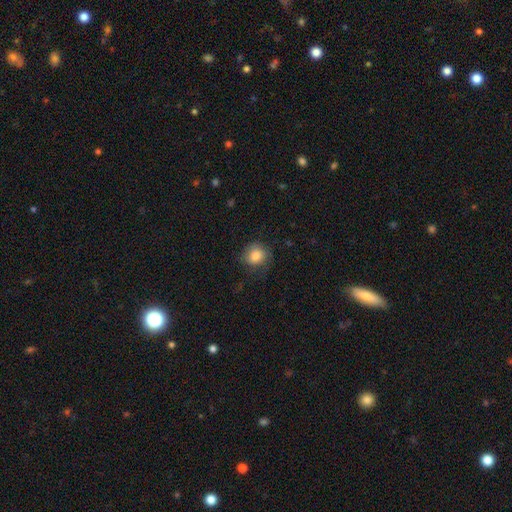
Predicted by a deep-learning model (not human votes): The model was most divided on "how rounded": round: 70%, in between: 29%, cigar-shaped: 1%. More confident: smooth or featured — smooth (82%); merging — none (69%).